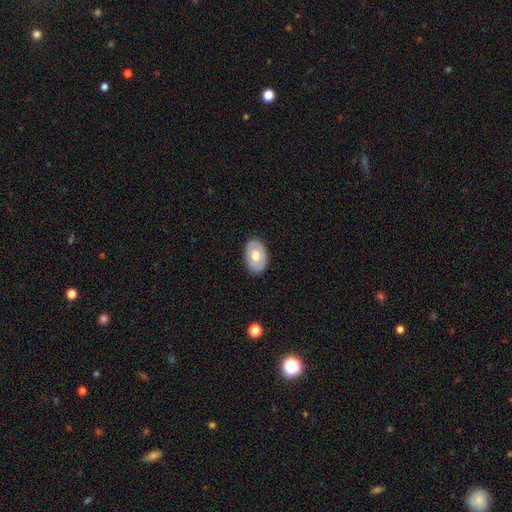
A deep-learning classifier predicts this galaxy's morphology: type=smooth (55%); roundness=in between (87%); merging=none (85%).